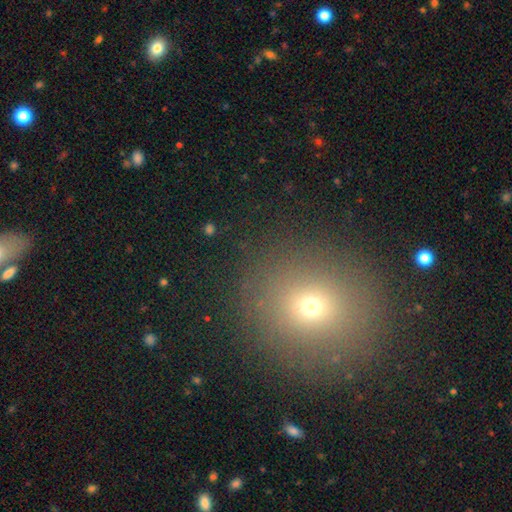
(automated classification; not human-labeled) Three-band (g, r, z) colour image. It shows a smooth galaxy with no disk features (62%) that is round (85%). Merging: none (87%).